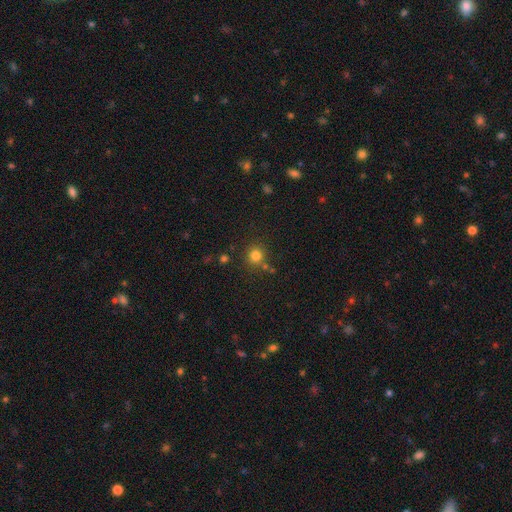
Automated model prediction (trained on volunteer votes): smooth-or-featured: smooth: 80% | star or artifact: 15% | featured or disk: 6%
  how-rounded: round: 91% | in between: 8% | cigar-shaped: 1%
  merging: none: 79% | minor disturbance: 9% | merger: 9% | major disturbance: 3%